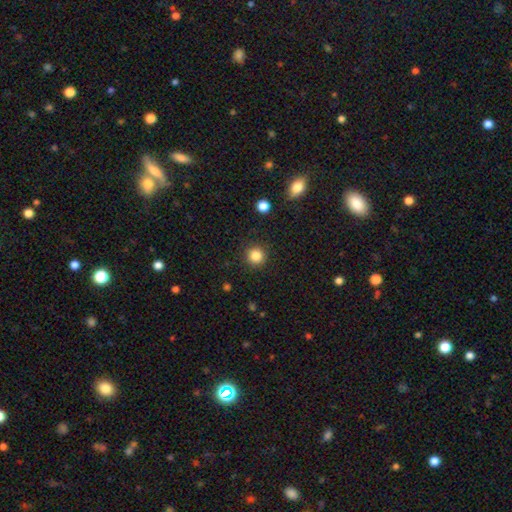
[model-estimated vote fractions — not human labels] Overall: smooth (84%). How rounded: round (94%). Merging: none (91%).